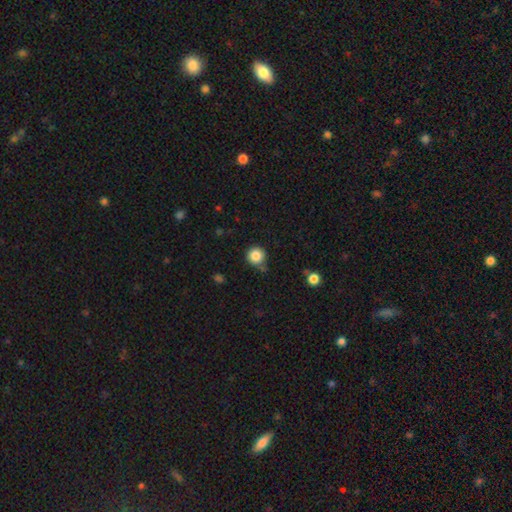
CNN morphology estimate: Q: Smooth or featured?
A: smooth (85%); runner-up: star or artifact (11%)
Q: How rounded?
A: round (95%); runner-up: in between (4%)
Q: Merging?
A: none (79%); runner-up: minor disturbance (13%)